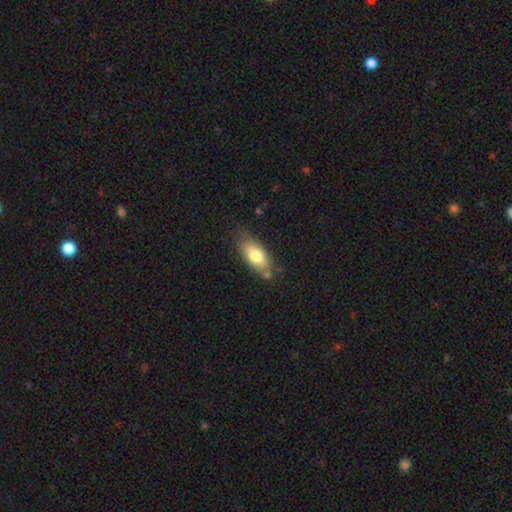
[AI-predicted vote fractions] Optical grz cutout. It shows a smooth galaxy with no disk features (76%) that is in between round and cigar-shaped (85%). Merging: none (70%).